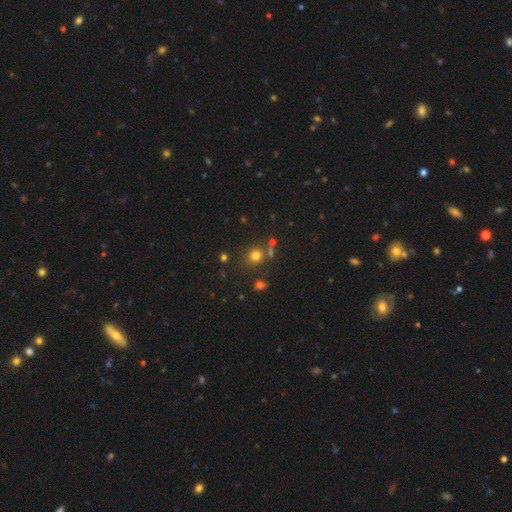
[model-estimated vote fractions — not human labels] Smooth or featured: smooth — 73% (star or artifact — 18%)
How rounded: round — 81% (in between — 18%)
Merging: none — 70% (merger — 14%)